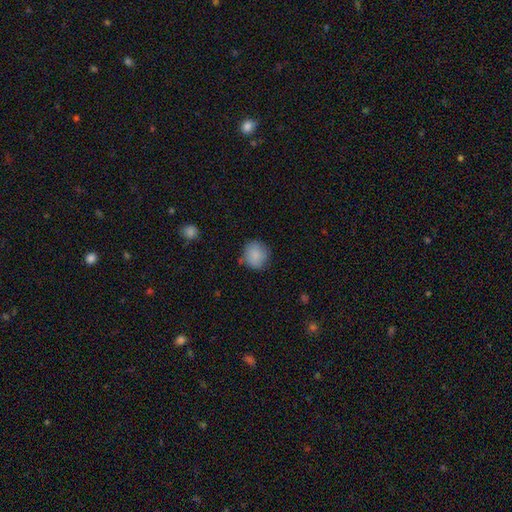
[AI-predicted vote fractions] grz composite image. It shows a smooth galaxy with no disk features (87%) that is round (87%). Merging: none (77%).